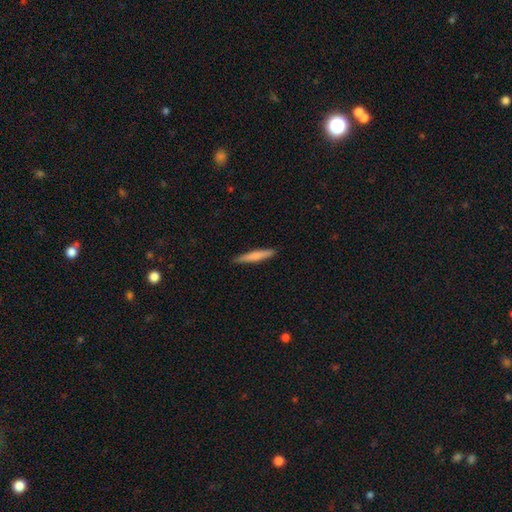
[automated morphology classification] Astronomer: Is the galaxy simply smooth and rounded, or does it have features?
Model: smooth — 71%.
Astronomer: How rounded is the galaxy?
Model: cigar-shaped — 94%.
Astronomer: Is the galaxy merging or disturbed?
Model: none — 89%.